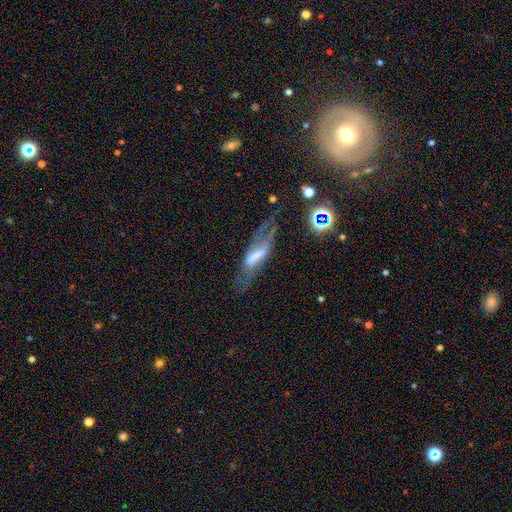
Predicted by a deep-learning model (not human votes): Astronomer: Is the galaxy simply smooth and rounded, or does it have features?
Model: featured or disk — 60%.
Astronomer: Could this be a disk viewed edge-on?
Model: no — 71%.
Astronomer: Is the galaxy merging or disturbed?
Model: none — 43% (runner-up: major disturbance, 29%).